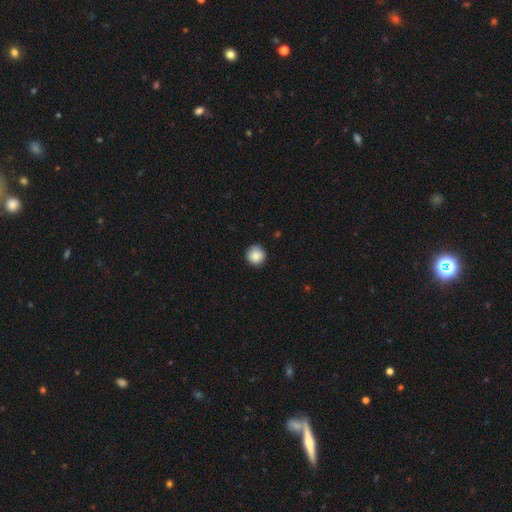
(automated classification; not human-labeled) Overall: smooth (87%). How rounded: round (94%). Merging: none (86%).